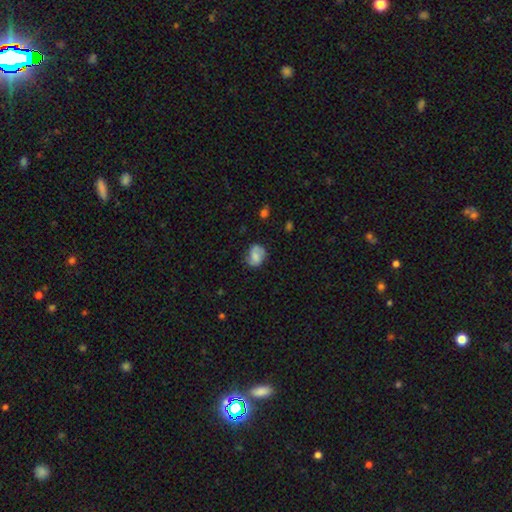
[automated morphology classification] smooth 65%, featured or disk 27%, star or artifact 9%. Down the decision tree: how rounded — round (51%); merging — none (62%).